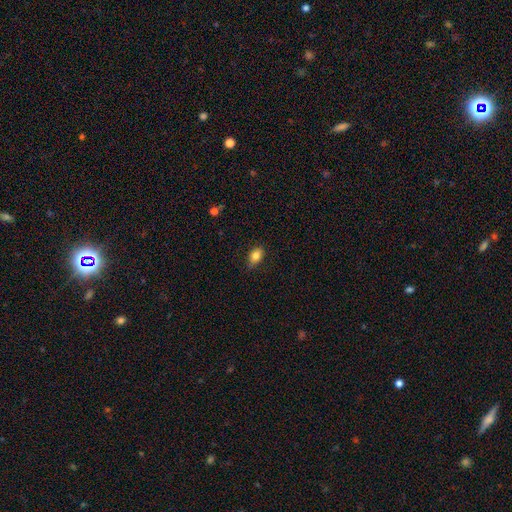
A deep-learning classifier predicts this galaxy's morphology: A smooth galaxy with no disk features (83%) that is in between round and cigar-shaped (80%). Merging: none (76%).